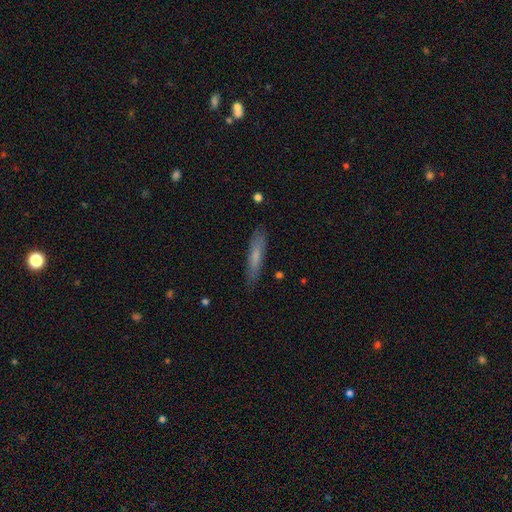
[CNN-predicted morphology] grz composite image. It shows a smooth galaxy with no disk features (63%) that is cigar-shaped (84%). Merging: none (83%).